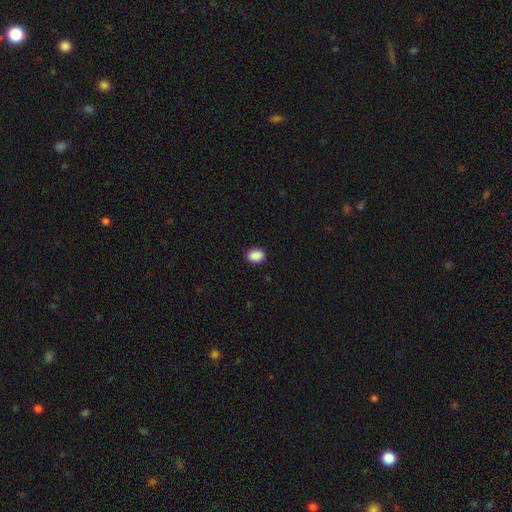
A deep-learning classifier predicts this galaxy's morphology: A smooth galaxy with no disk features (90%) that is in between round and cigar-shaped (75%). Merging: none (90%).